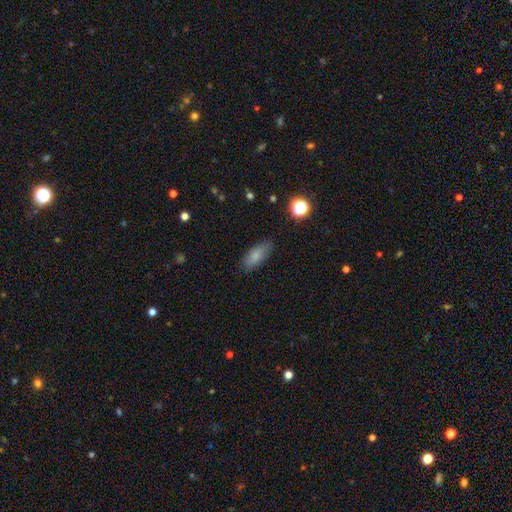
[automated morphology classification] A smooth galaxy with no disk features (80%) that is in between round and cigar-shaped (77%). Merging: none (80%).